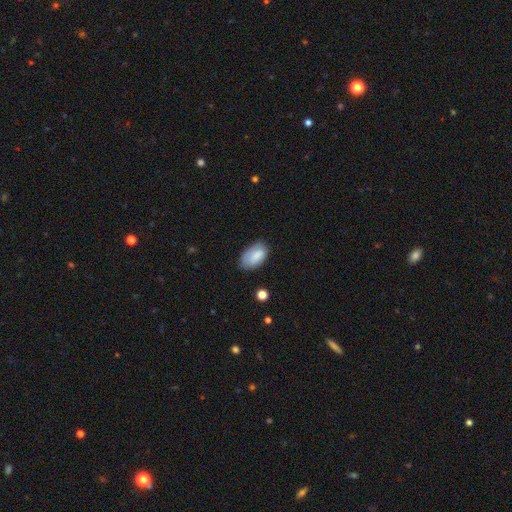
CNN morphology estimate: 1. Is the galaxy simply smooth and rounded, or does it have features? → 84% smooth, 9% featured or disk, 7% star or artifact.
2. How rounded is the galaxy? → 94% in between, 4% round, 2% cigar-shaped.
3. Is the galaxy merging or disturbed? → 69% none, 24% minor disturbance, 5% major disturbance, 2% merger.